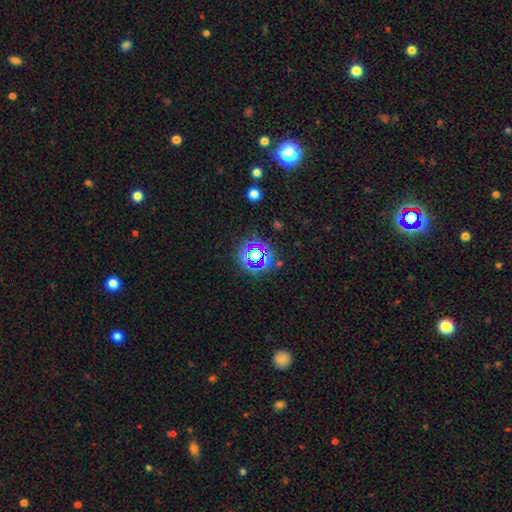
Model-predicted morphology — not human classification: star or artifact 63%, smooth 26%, featured or disk 12%.